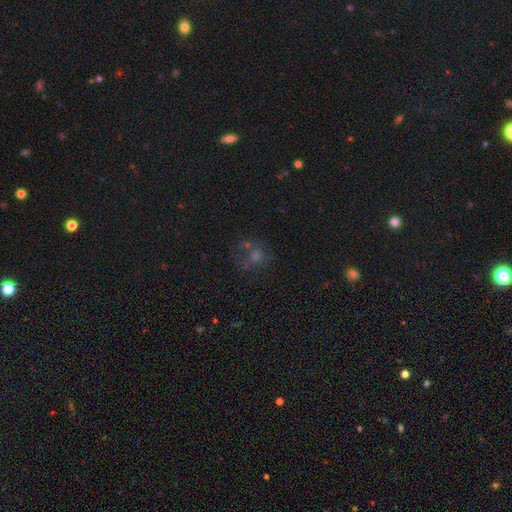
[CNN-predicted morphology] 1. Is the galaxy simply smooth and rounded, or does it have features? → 34% featured or disk (tied), 34% smooth (tied), 32% star or artifact.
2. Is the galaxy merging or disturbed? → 53% none, 19% major disturbance, 17% minor disturbance, 11% merger.